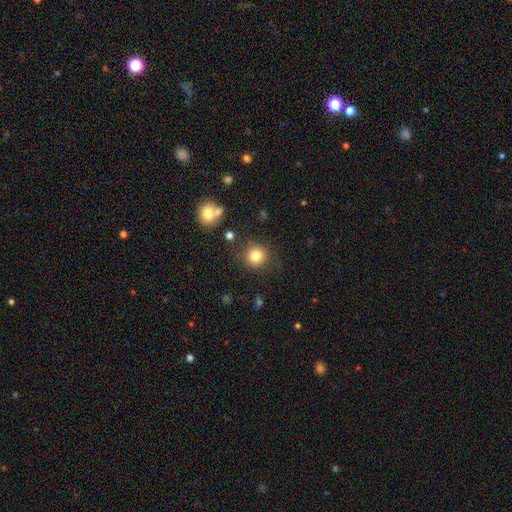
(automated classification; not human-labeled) smooth-or-featured: smooth: 81% | star or artifact: 12% | featured or disk: 7%
  how-rounded: round: 92% | in between: 7% | cigar-shaped: 1%
  merging: none: 85% | minor disturbance: 8% | major disturbance: 3% | merger: 3%